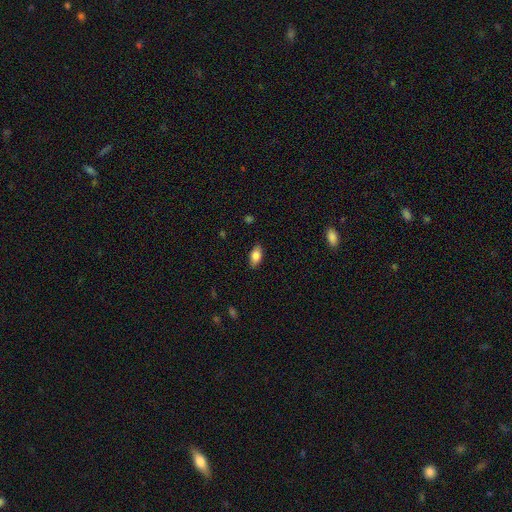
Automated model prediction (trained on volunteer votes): Smooth or featured?
  - smooth: 84% *
  - featured or disk: 9%
  - star or artifact: 7%
How rounded?
  - in between: 90% *
  - round: 6%
  - cigar-shaped: 4%
Merging?
  - none: 85% *
  - minor disturbance: 11%
  - major disturbance: 2%
  - merger: 1%